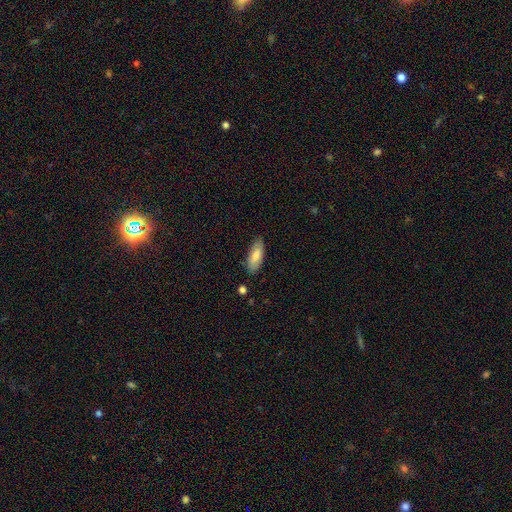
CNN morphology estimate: smooth-or-featured: smooth: 78% | featured or disk: 16% | star or artifact: 6%
  how-rounded: in between: 77% | cigar-shaped: 21% | round: 2%
  merging: none: 83% | minor disturbance: 13% | major disturbance: 2% | merger: 2%